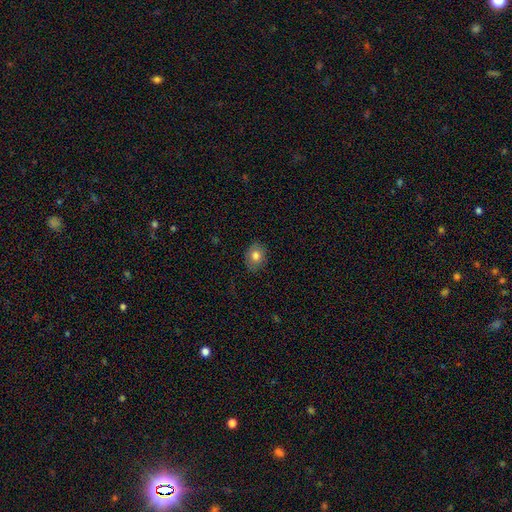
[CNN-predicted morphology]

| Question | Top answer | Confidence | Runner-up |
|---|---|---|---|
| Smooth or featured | smooth | 78% | featured or disk (12%) |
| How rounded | in between | 56% | round (43%) |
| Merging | none | 85% | minor disturbance (11%) |